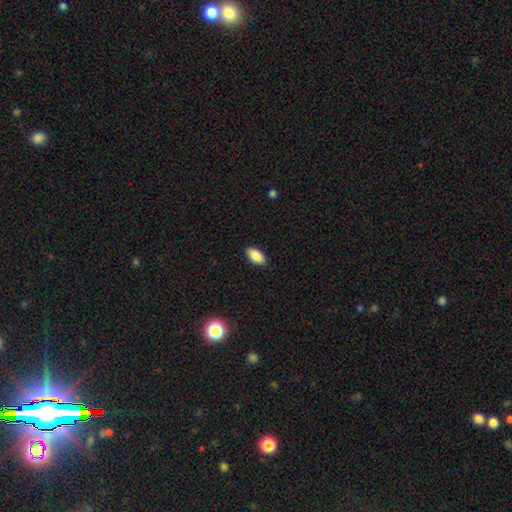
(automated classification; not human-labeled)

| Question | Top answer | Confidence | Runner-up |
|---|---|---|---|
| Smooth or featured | smooth | 88% | star or artifact (7%) |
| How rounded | in between | 93% | cigar-shaped (4%) |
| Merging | none | 89% | minor disturbance (9%) |